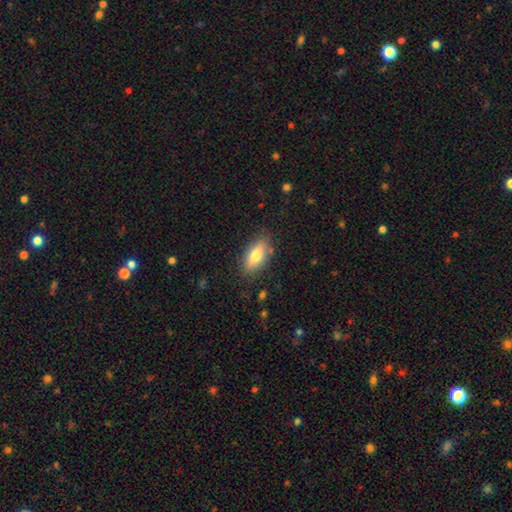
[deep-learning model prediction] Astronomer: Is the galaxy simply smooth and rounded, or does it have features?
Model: smooth — 70%.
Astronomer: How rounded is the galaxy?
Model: in between — 80%.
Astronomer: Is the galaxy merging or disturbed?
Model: none — 83%.